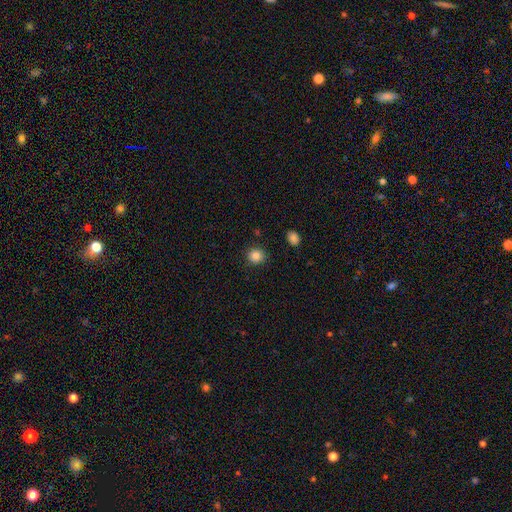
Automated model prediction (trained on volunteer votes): Smooth or featured? smooth (85%)
How rounded? round (87%)
Merging? none (89%)